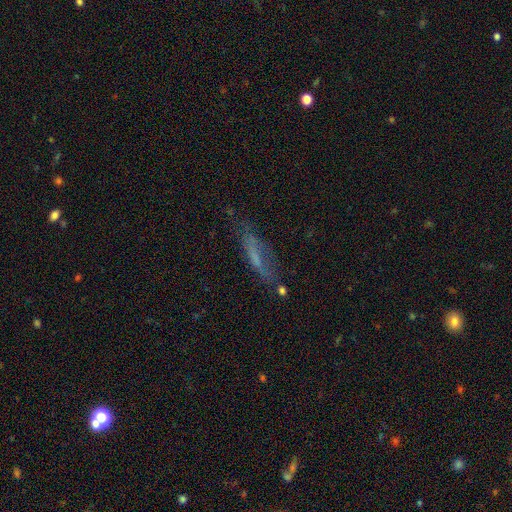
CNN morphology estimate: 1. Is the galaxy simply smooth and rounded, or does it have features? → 45% smooth, 42% featured or disk, 13% star or artifact.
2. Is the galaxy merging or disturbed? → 61% none, 23% minor disturbance, 12% major disturbance, 4% merger.